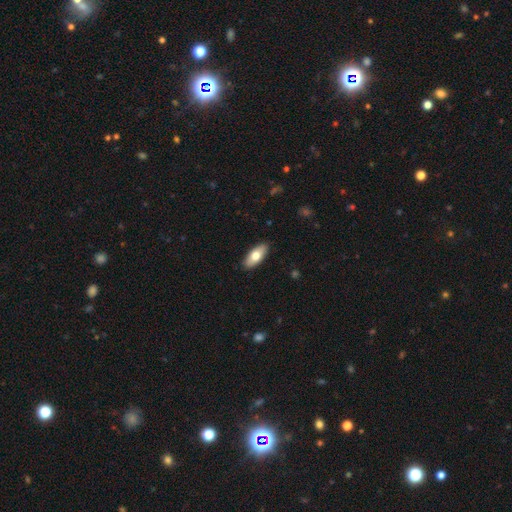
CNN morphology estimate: Q: Smooth or featured?
A: smooth (73%); runner-up: featured or disk (21%)
Q: How rounded?
A: in between (84%); runner-up: cigar-shaped (14%)
Q: Merging?
A: none (90%); runner-up: minor disturbance (8%)